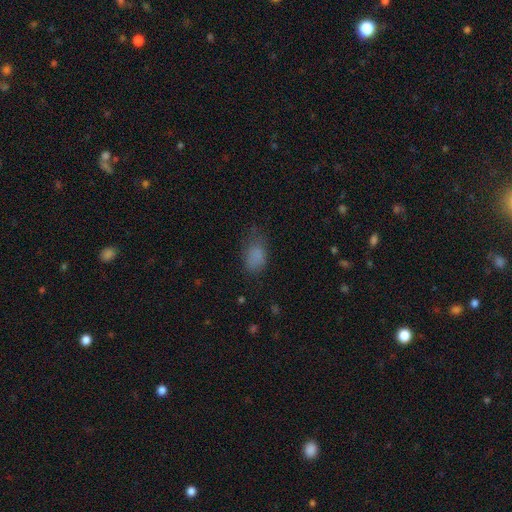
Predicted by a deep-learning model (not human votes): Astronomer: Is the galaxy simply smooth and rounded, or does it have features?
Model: smooth — 81%.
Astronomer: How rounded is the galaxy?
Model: in between — 85%.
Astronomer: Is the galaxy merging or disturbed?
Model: none — 53% (runner-up: minor disturbance, 30%).